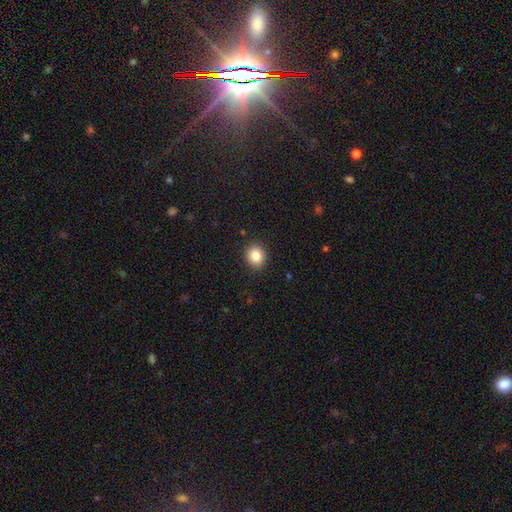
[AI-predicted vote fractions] Overall: smooth (84%). How rounded: round (72%). Merging: none (90%).